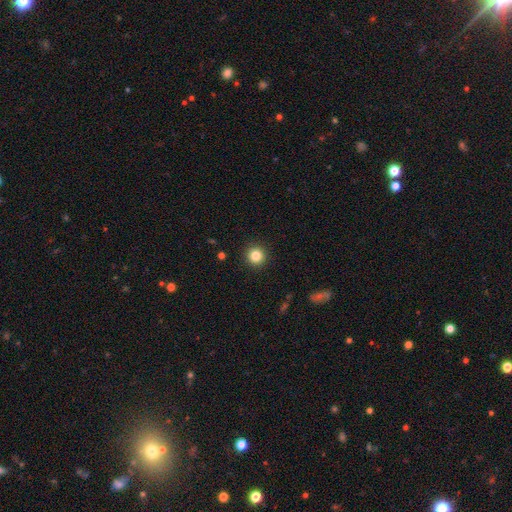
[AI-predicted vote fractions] Smooth or featured: smooth — 84% (star or artifact — 11%)
How rounded: round — 95% (in between — 4%)
Merging: none — 93% (minor disturbance — 4%)